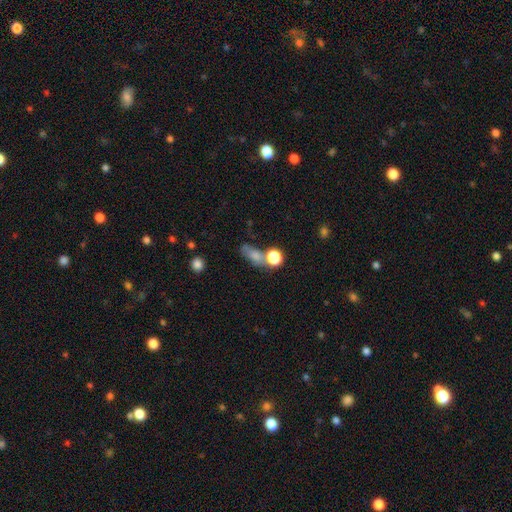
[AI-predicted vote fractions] This appears to be a smooth galaxy with no disk features (69%) that is in between round and cigar-shaped (59%). Merging: none (40%).